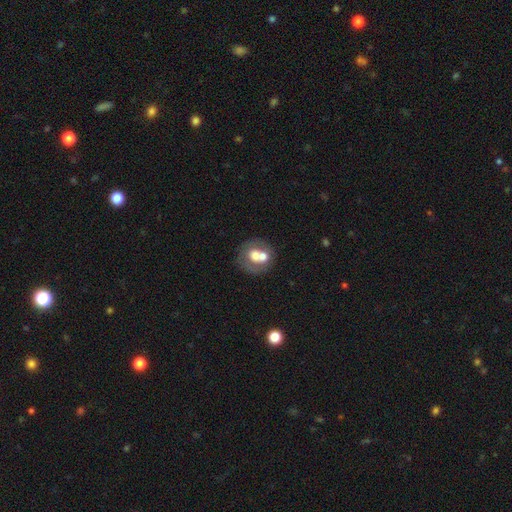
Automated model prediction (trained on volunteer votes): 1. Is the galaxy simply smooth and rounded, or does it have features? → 52% smooth, 39% featured or disk, 9% star or artifact.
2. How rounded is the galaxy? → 73% round, 26% in between, 1% cigar-shaped.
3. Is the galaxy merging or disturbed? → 43% merger, 39% none, 11% minor disturbance, 7% major disturbance.